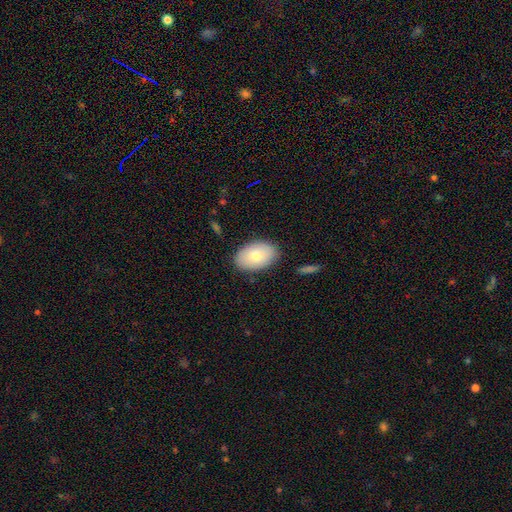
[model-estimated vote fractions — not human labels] This appears to be a smooth galaxy with no disk features (74%) that is in between round and cigar-shaped (89%). Merging: none (86%).